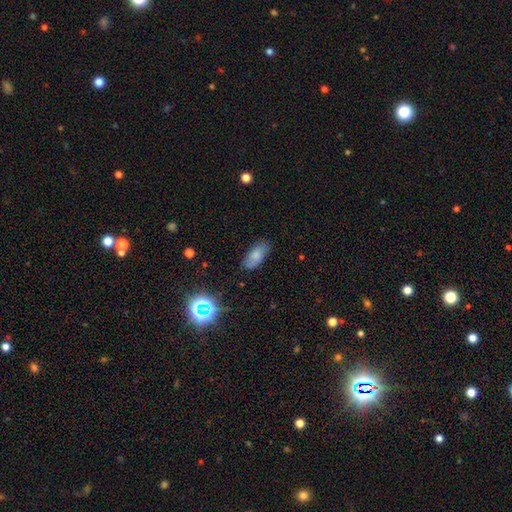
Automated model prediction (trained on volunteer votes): Smooth or featured: smooth — 76% (featured or disk — 13%)
How rounded: in between — 89% (cigar-shaped — 8%)
Merging: none — 79% (minor disturbance — 17%)